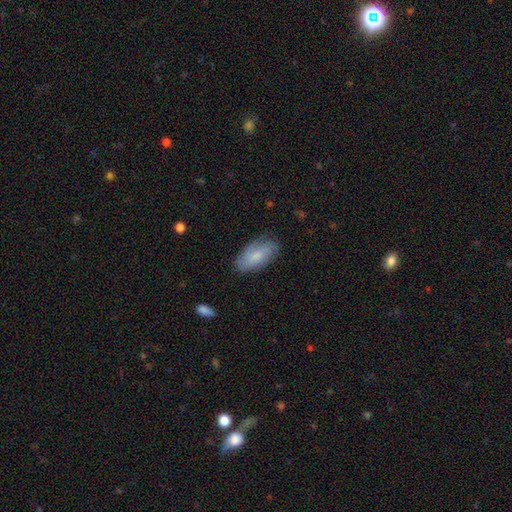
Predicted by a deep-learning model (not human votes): Smooth or featured: smooth — 67% (featured or disk — 27%)
How rounded: in between — 90% (cigar-shaped — 7%)
Merging: none — 77% (minor disturbance — 17%)